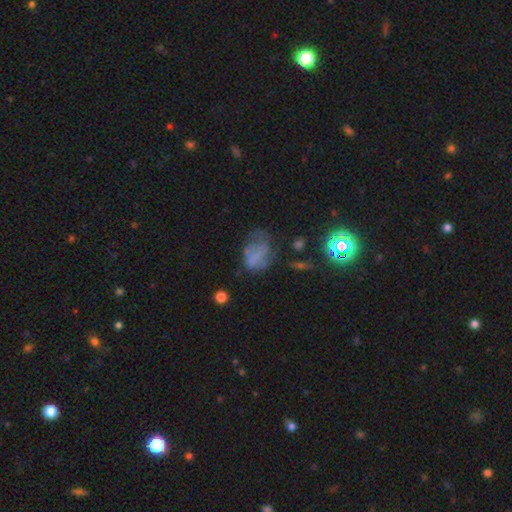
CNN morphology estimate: Smooth or featured?
  - smooth: 45% *
  - featured or disk: 35%
  - star or artifact: 20%
Merging?
  - none: 35% *
  - major disturbance: 33%
  - minor disturbance: 27%
  - merger: 5%